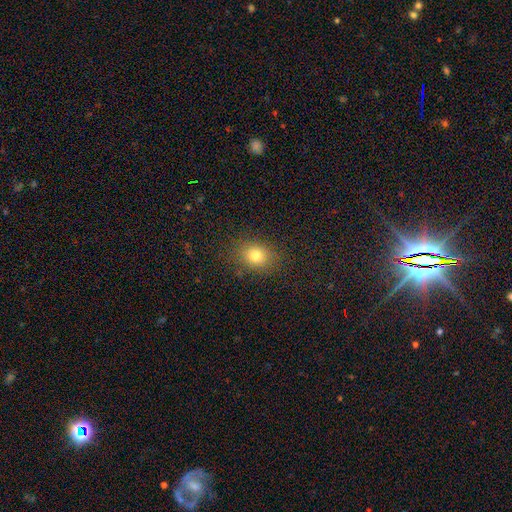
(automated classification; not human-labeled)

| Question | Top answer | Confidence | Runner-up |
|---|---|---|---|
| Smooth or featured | smooth | 78% | star or artifact (14%) |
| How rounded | round | 57% | in between (41%) |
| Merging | none | 85% | minor disturbance (10%) |